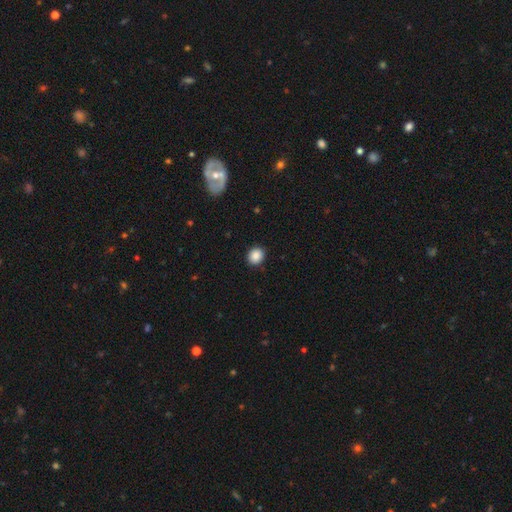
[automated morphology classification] This is clearly a smooth galaxy (89%). How rounded: likely round (75%). Merging: clearly none (90%).